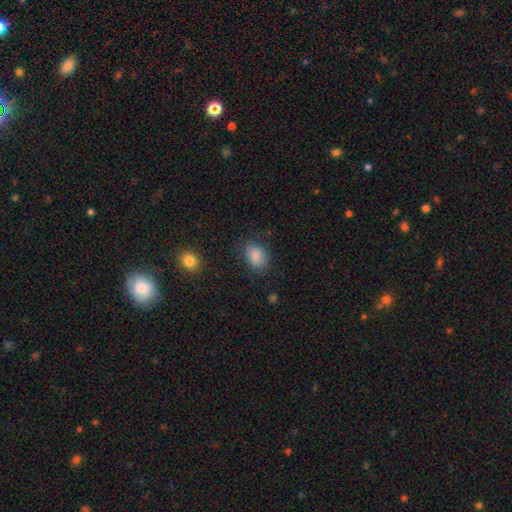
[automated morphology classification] The model was most divided on "how rounded": in between: 74%, round: 25%, cigar-shaped: 1%. More confident: smooth or featured — smooth (86%); merging — none (73%).